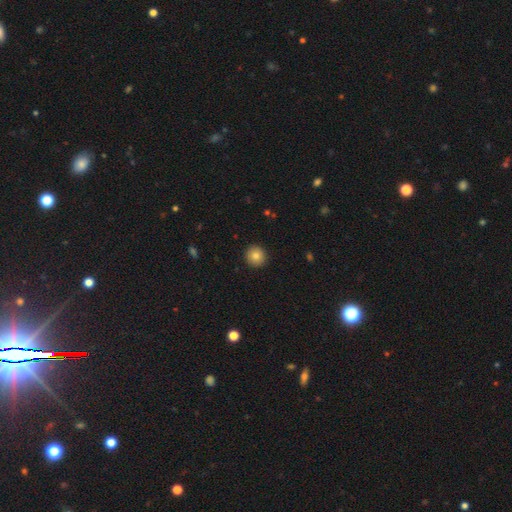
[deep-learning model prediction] The model was most divided on "smooth or featured": smooth: 81%, star or artifact: 10%, featured or disk: 9%. More confident: how rounded — round (94%); merging — none (93%).